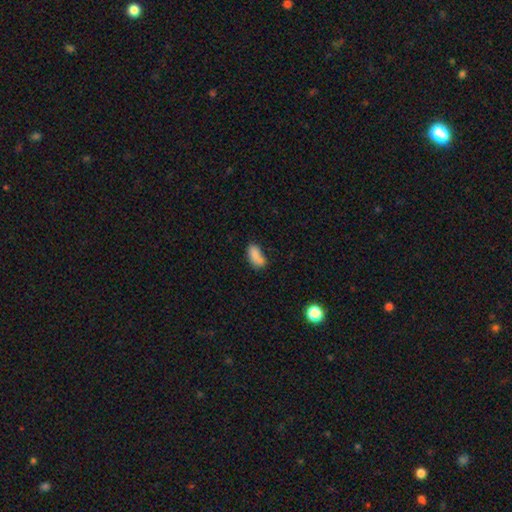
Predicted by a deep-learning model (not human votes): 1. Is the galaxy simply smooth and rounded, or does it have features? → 81% smooth, 10% featured or disk, 9% star or artifact.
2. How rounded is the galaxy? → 89% in between, 6% cigar-shaped, 5% round.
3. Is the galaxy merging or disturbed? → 49% none, 23% minor disturbance, 20% merger, 8% major disturbance.